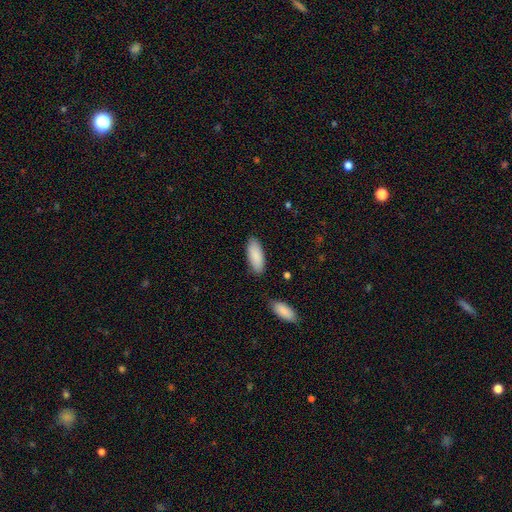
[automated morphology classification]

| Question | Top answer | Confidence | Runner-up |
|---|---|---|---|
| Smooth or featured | smooth | 89% | featured or disk (6%) |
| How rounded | in between | 76% | cigar-shaped (23%) |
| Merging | none | 85% | minor disturbance (10%) |